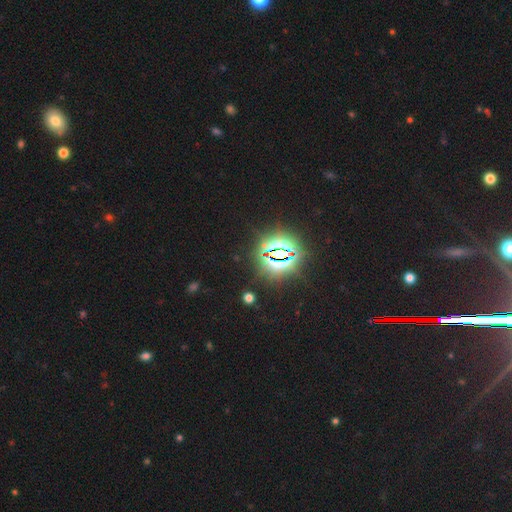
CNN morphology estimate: This appears to be a star or artifact, not a galaxy (84%).